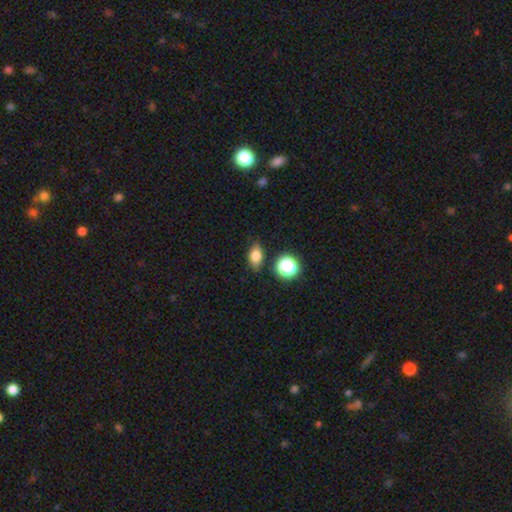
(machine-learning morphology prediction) The model was most divided on "how rounded": in between: 79%, round: 16%, cigar-shaped: 5%. More confident: merging — none (83%); smooth or featured — smooth (77%).